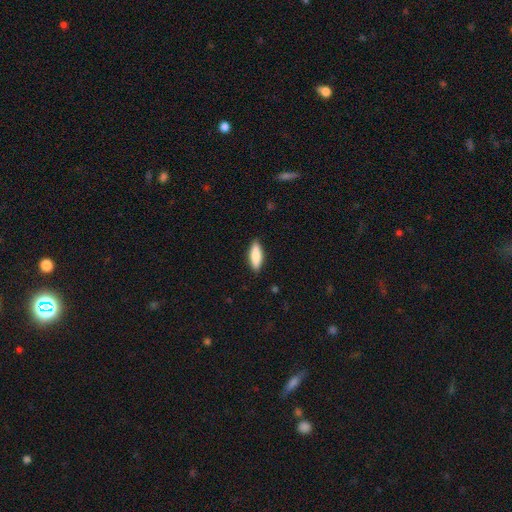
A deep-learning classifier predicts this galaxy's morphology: Smooth or featured? smooth (83%)
How rounded? in between (59%)
Merging? none (88%)